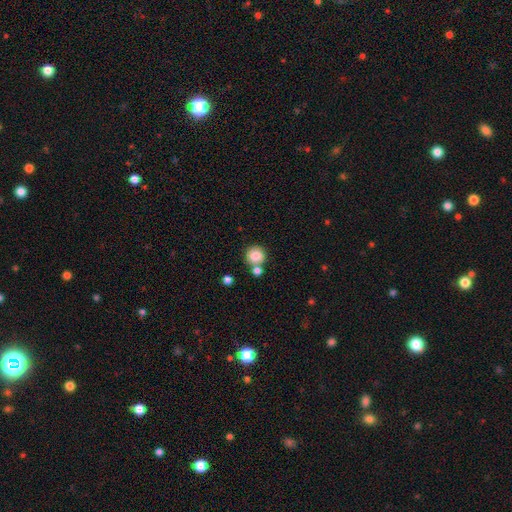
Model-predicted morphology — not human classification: smooth_or_featured: smooth (p=0.82) [alt: star or artifact p=0.09]
how_rounded: round (p=0.87) [alt: in between p=0.12]
merging: none (p=0.59) [alt: merger p=0.25]